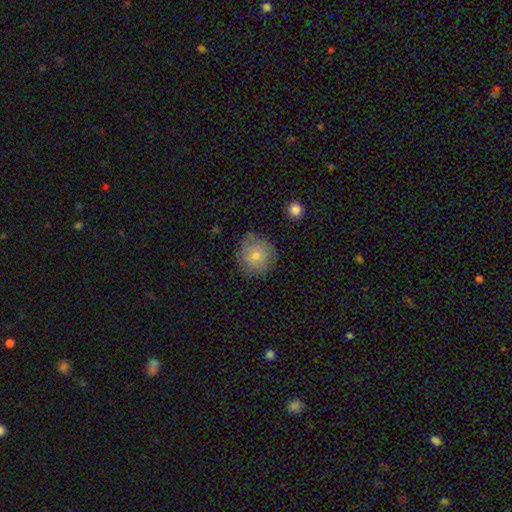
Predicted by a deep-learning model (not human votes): Smooth or featured? smooth (76%)
How rounded? round (91%)
Merging? none (78%)